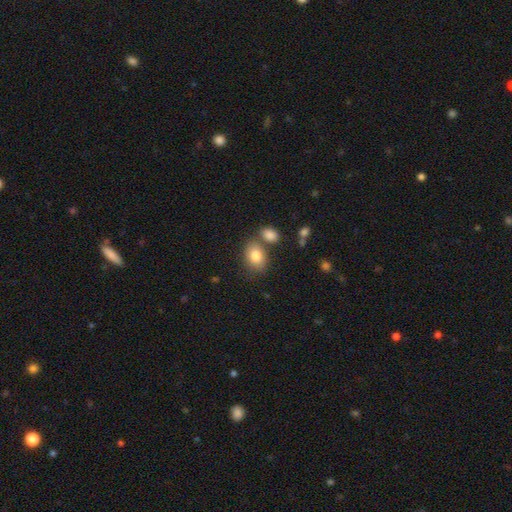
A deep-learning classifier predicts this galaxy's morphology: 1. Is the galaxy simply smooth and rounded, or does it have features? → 83% smooth, 10% featured or disk, 8% star or artifact.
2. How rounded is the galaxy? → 75% in between, 24% round, 1% cigar-shaped.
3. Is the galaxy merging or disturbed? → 61% none, 22% merger, 14% minor disturbance, 4% major disturbance.